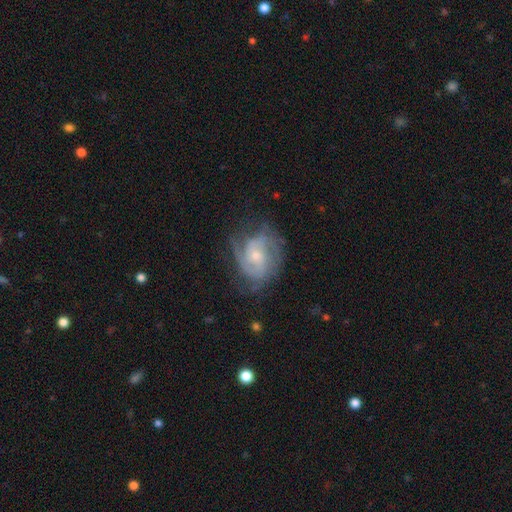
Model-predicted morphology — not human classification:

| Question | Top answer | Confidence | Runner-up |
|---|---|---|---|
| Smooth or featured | featured or disk | 81% | smooth (13%) |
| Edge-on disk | no | 98% | yes (2%) |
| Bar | no | 63% | weak (32%) |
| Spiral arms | yes | 93% | no (7%) |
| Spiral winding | tight | 45% | medium (41%) |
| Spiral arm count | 2 | 40% | can't tell (24%) |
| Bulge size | small | 59% | moderate (36%) |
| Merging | none | 61% | minor disturbance (24%) |